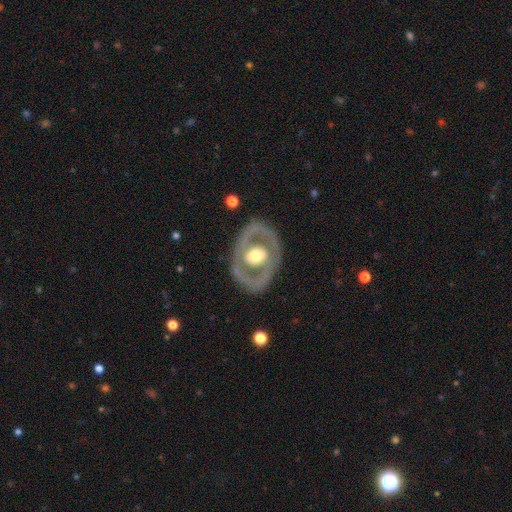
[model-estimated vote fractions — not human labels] A featured or disk galaxy (69%) with no bar (74%), no spiral arms (77%) and a moderate central bulge (58%).

Vote fractions:
- Smooth or featured? featured or disk: 69% / smooth: 26% / star or artifact: 4%
- Edge-on disk? no: 93% / yes: 7%
- Bar? no: 74% / weak: 17% / strong: 8%
- Spiral arms? no: 77% / yes: 23%
- Bulge size? moderate: 58% / large: 34% / small: 5% / dominant: 2% / none: 1%
- Merging? none: 79% / minor disturbance: 13% / major disturbance: 7% / merger: 2%